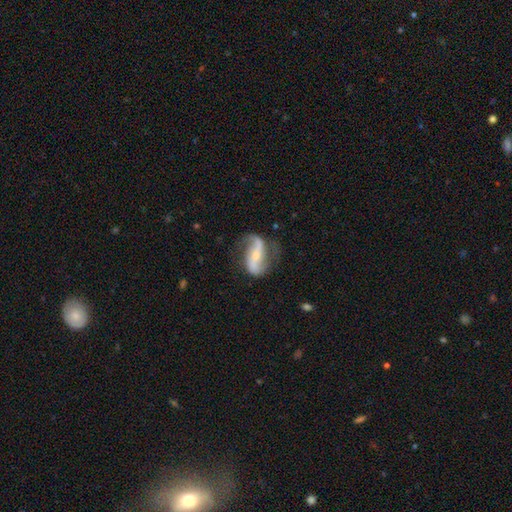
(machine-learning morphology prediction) Smooth or featured?
  - featured or disk: 85% *
  - smooth: 10%
  - star or artifact: 5%
Edge-on disk?
  - no: 95% *
  - yes: 5%
Bar?
  - strong: 45% *
  - weak: 27%
  - no: 27%
Spiral arms?
  - yes: 94% *
  - no: 6%
Spiral winding?
  - loose: 67% *
  - medium: 24%
  - tight: 9%
Spiral arm count?
  - 2: 90% *
  - 1: 5%
  - can't tell: 3%
  - 3: 1%
  - 4: 1%
  - more than 4: 1%
Bulge size?
  - small: 62% *
  - moderate: 30%
  - none: 4%
  - large: 2%
  - dominant: 1%
Merging?
  - none: 67% *
  - minor disturbance: 20%
  - major disturbance: 12%
  - merger: 2%